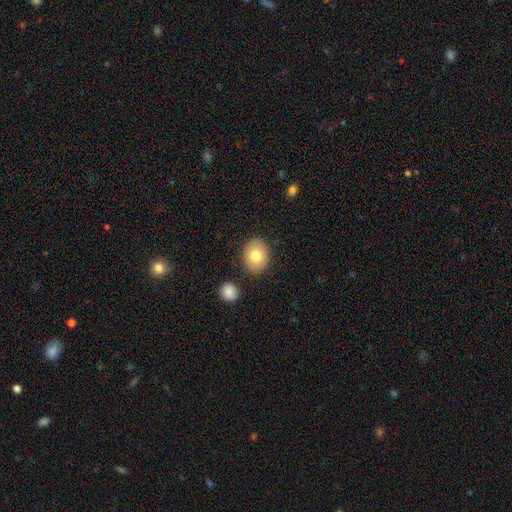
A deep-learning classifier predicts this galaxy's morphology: This is likely a smooth galaxy (79%). How rounded: possibly in between (60%). Merging: clearly none (84%).